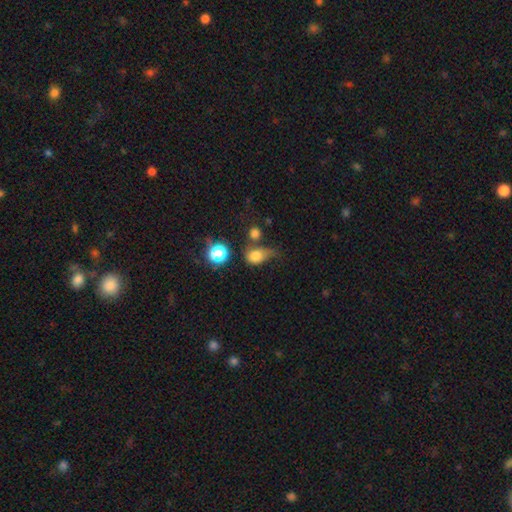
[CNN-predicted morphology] A smooth galaxy with no disk features (71%) that is in between round and cigar-shaped (52%).

Vote fractions:
- Smooth or featured? smooth: 71% / star or artifact: 15% / featured or disk: 14%
- How rounded? in between: 52% / round: 46% / cigar-shaped: 2%
- Merging? none: 30% / major disturbance: 27% / minor disturbance: 27% / merger: 16%